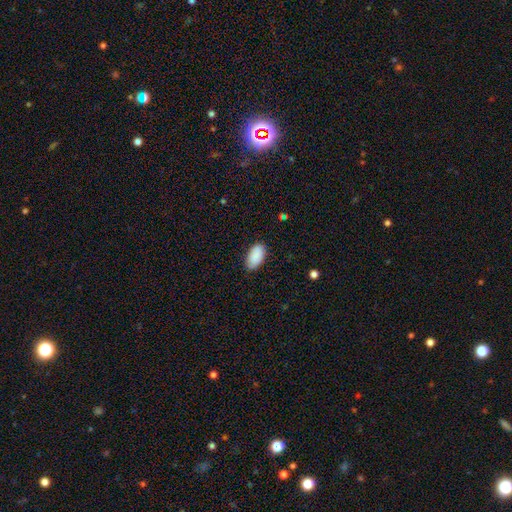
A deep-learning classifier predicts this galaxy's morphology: A smooth galaxy with no disk features (90%) that is in between round and cigar-shaped (95%).

Vote fractions:
- Smooth or featured? smooth: 90% / star or artifact: 6% / featured or disk: 4%
- How rounded? in between: 95% / round: 3% / cigar-shaped: 2%
- Merging? none: 83% / minor disturbance: 14% / major disturbance: 2% / merger: 1%